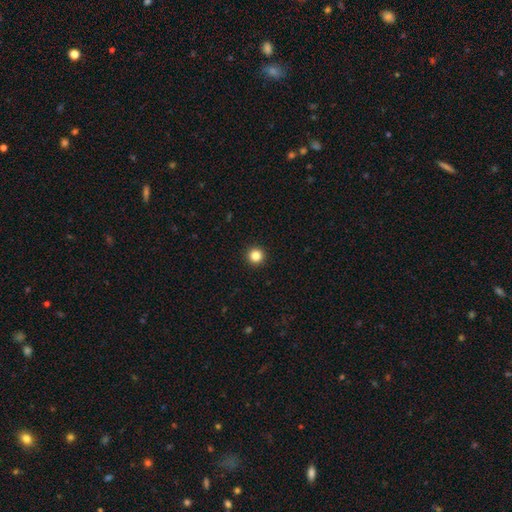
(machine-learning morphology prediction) Smooth or featured? Predicted: smooth (p=0.85). How rounded? Predicted: round (p=0.96). Merging? Predicted: none (p=0.94).